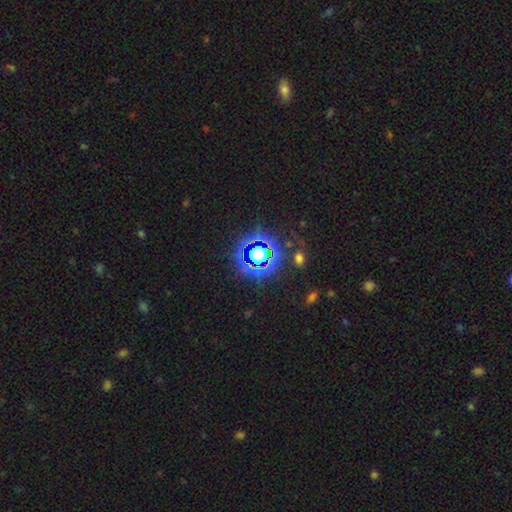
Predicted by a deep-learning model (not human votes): A star or artifact, not a galaxy (77%).

Vote fractions:
- Smooth or featured? star or artifact: 77% / smooth: 15% / featured or disk: 8%